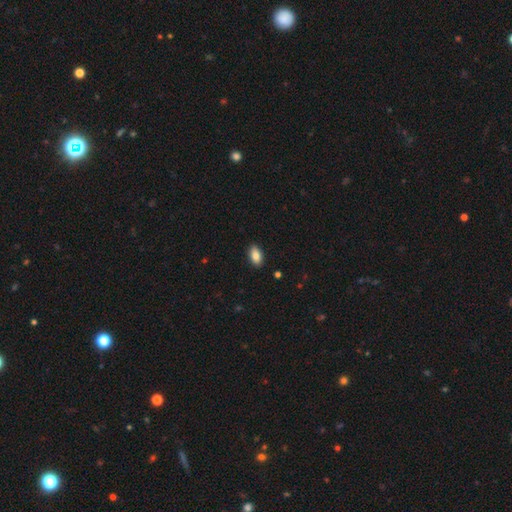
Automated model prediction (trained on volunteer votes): Smooth or featured? smooth (84%)
How rounded? in between (92%)
Merging? none (89%)